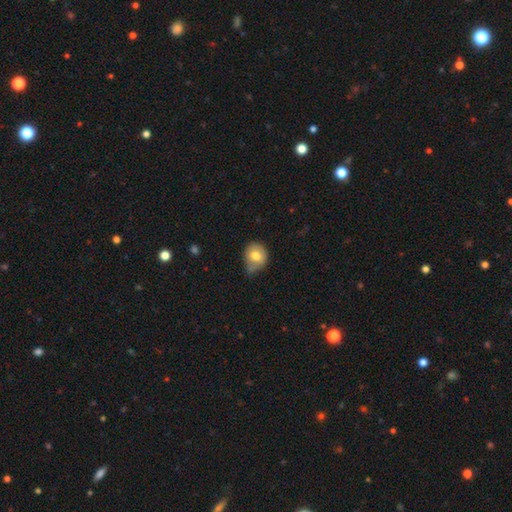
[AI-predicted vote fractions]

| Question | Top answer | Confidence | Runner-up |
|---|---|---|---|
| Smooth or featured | smooth | 77% | featured or disk (15%) |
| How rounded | round | 63% | in between (36%) |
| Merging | none | 46% | minor disturbance (39%) |